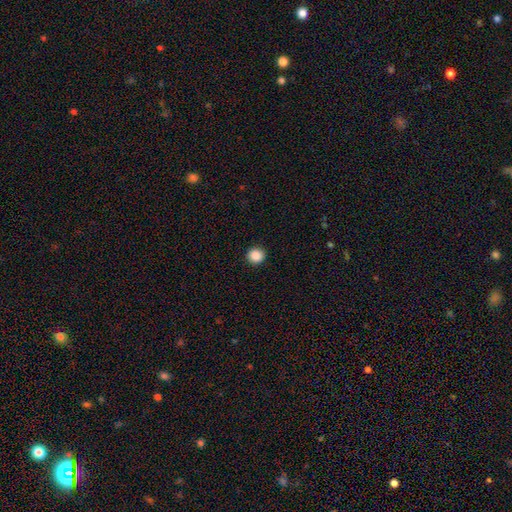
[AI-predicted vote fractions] smooth 88%, star or artifact 9%, featured or disk 2%. Down the decision tree: how rounded — round (91%); merging — none (92%).